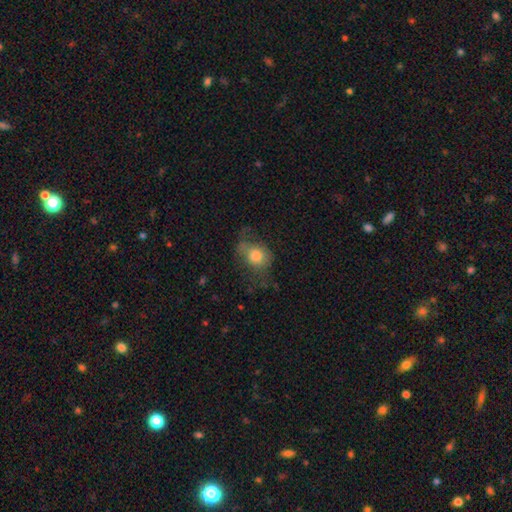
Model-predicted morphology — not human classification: Overall: smooth (69%). How rounded: round (51%; in between 48%). Merging: none (44%; minor disturbance 28%).